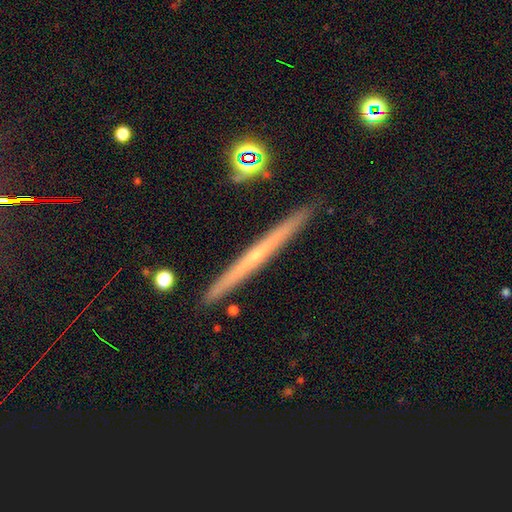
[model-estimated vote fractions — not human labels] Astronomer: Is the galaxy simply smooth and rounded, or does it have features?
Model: featured or disk — 65%.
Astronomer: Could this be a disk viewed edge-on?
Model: yes — 97%.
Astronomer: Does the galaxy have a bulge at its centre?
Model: none — 63%.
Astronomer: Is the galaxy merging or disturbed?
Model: none — 91%.